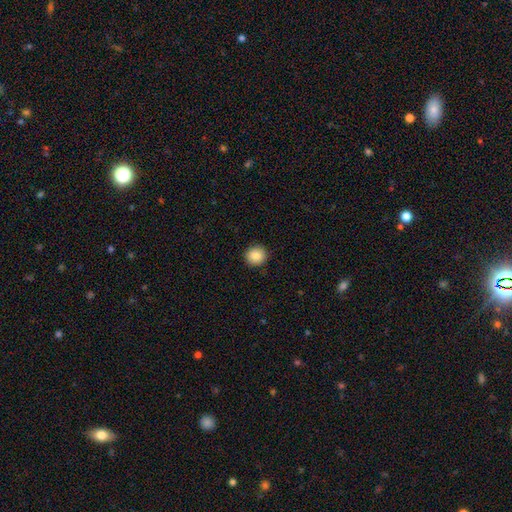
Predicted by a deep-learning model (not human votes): Smooth or featured?
  - smooth: 87% *
  - star or artifact: 9%
  - featured or disk: 5%
How rounded?
  - round: 89% *
  - in between: 10%
  - cigar-shaped: 1%
Merging?
  - none: 91% *
  - minor disturbance: 6%
  - major disturbance: 2%
  - merger: 1%